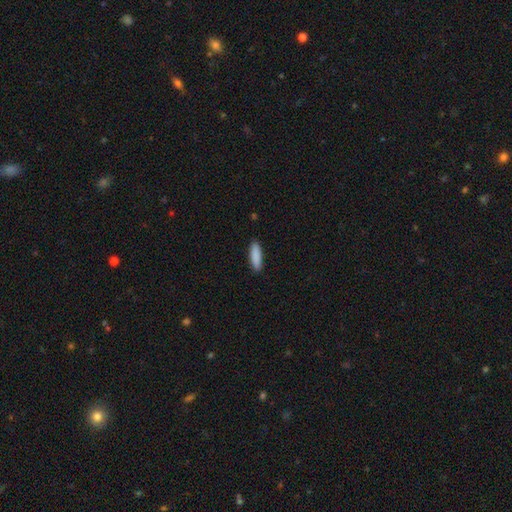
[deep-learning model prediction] Smooth or featured: smooth — 89% (star or artifact — 6%)
How rounded: cigar-shaped — 64% (in between — 34%)
Merging: none — 90% (minor disturbance — 7%)